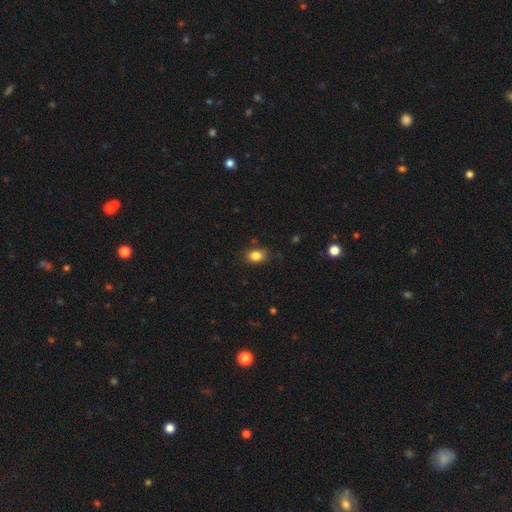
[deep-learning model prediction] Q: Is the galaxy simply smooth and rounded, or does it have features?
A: smooth — 84%.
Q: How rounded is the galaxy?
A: in between — 70%.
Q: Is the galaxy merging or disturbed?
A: none — 81%.